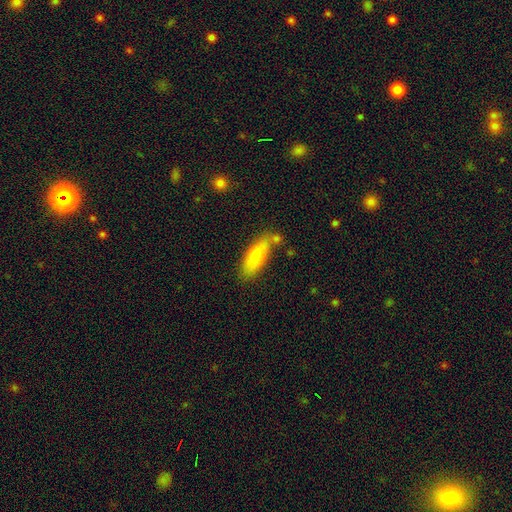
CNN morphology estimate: This is clearly a smooth galaxy (81%). How rounded: likely in between (64%). Merging: likely none (66%).